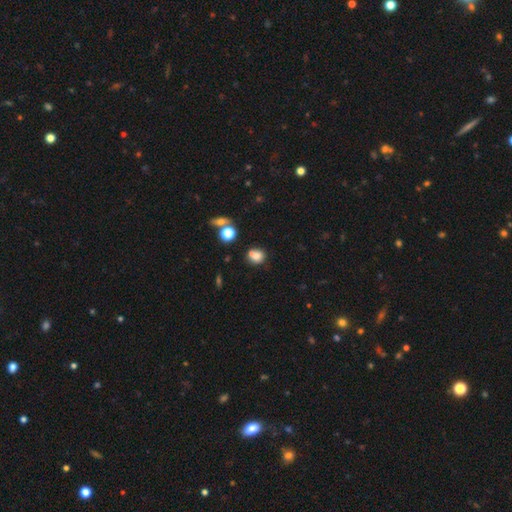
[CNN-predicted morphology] smooth_or_featured: smooth (p=0.75) [alt: star or artifact p=0.13]
how_rounded: round (p=0.72) [alt: in between p=0.27]
merging: none (p=0.49) [alt: merger p=0.33]